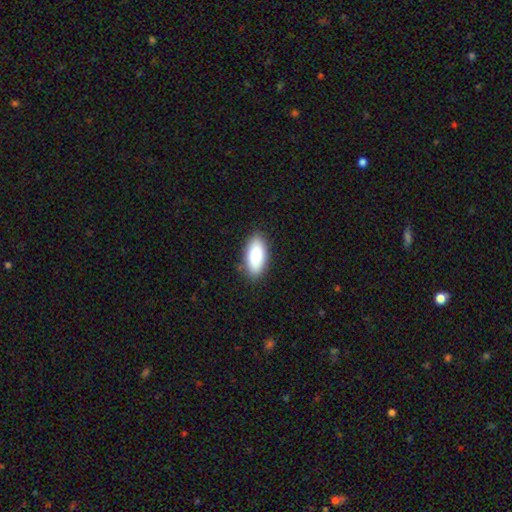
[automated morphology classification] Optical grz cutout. It shows a smooth galaxy with no disk features (86%) that is in between round and cigar-shaped (89%). Merging: none (87%).